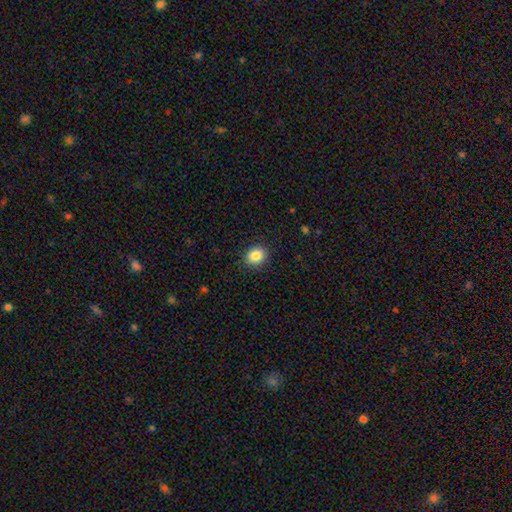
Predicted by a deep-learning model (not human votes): This is clearly a smooth galaxy (85%). How rounded: likely round (66%). Merging: clearly none (90%).